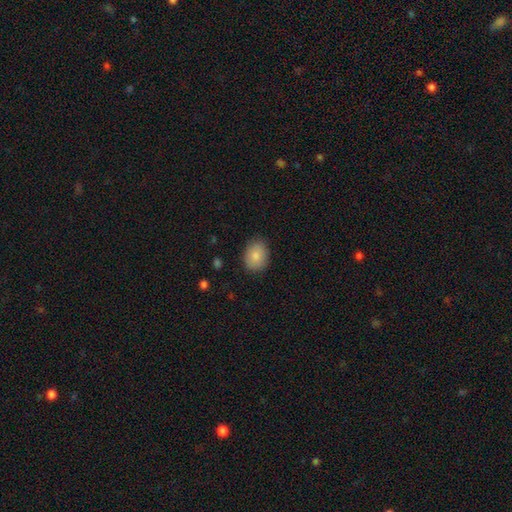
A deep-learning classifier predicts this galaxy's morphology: Smooth or featured: smooth — 84% (featured or disk — 8%)
How rounded: in between — 61% (round — 38%)
Merging: none — 85% (minor disturbance — 11%)